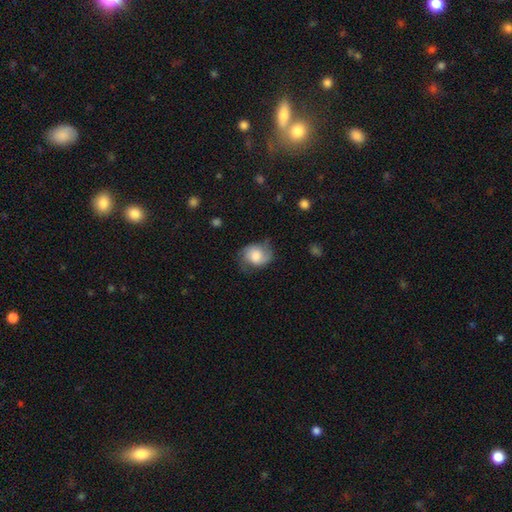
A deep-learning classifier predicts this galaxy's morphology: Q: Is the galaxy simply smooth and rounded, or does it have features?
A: featured or disk — 46%, tied with smooth.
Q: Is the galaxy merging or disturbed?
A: none — 59%.